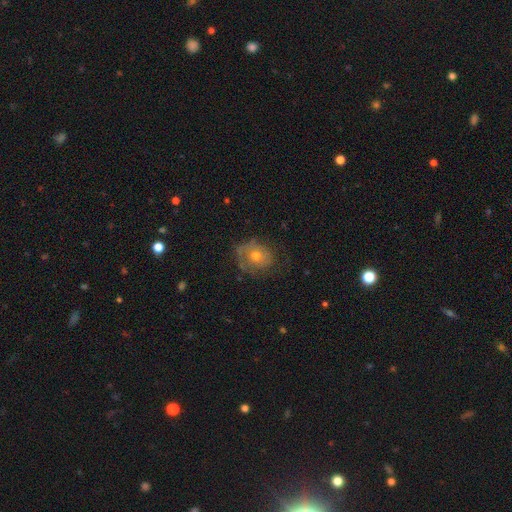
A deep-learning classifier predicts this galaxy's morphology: smooth-or-featured: featured or disk: 46% | smooth: 45% | star or artifact: 10%
  merging: none: 60% | minor disturbance: 24% | major disturbance: 14% | merger: 2%